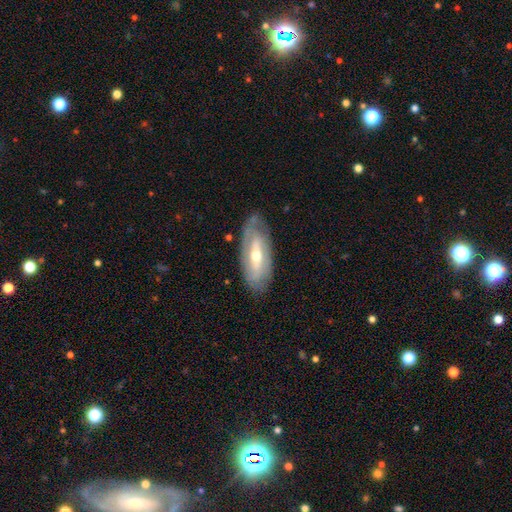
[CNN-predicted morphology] Overall: featured or disk (71%). Edge-on disk: no (83%). Bar: no (35%, tied with weak). Spiral arms: yes (65%; no 35%). Bulge size: moderate (58%; small 37%). Merging: none (77%).